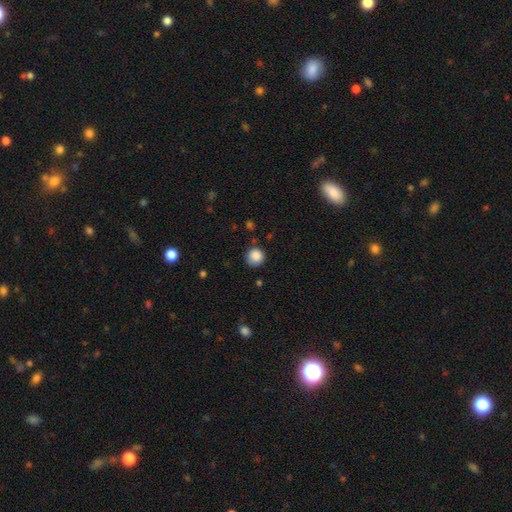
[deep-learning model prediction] Smooth or featured? smooth (87%)
How rounded? round (91%)
Merging? none (80%)